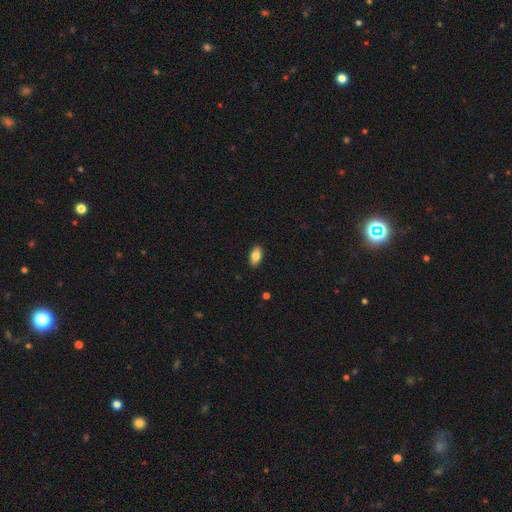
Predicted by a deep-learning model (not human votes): Overall: smooth (83%). How rounded: in between (92%). Merging: none (90%).